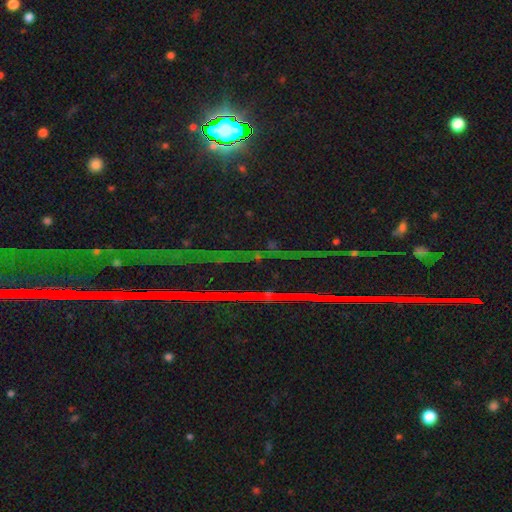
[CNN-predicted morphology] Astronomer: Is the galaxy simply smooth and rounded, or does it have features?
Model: star or artifact — 85%.